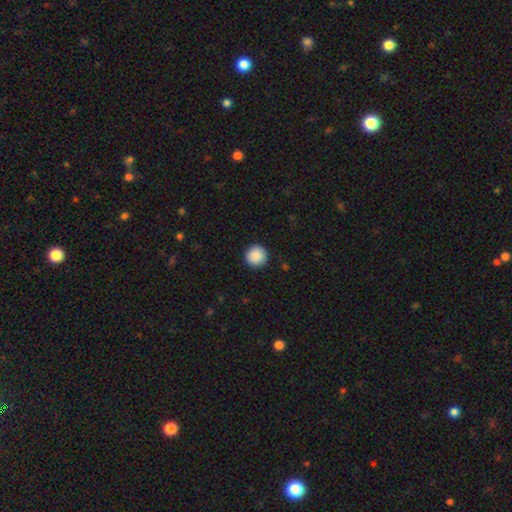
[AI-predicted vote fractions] Overall: smooth (90%). How rounded: round (96%). Merging: none (92%).